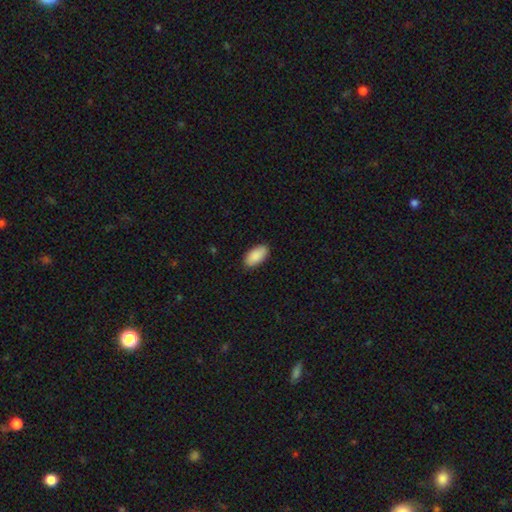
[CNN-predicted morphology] This is clearly a smooth galaxy (90%). How rounded: clearly in between (95%). Merging: clearly none (87%).